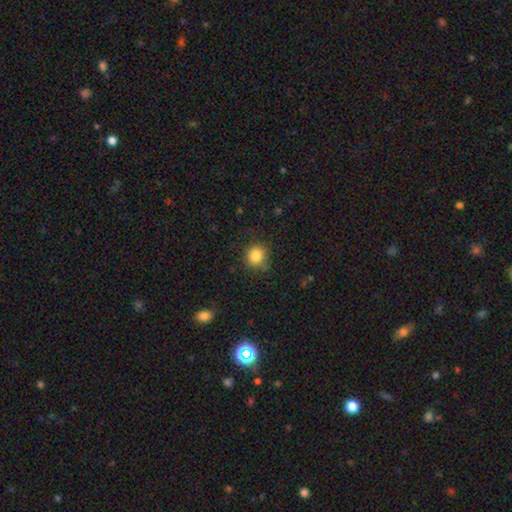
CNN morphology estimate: Q: Smooth or featured?
A: smooth (84%); runner-up: star or artifact (10%)
Q: How rounded?
A: round (86%); runner-up: in between (13%)
Q: Merging?
A: none (77%); runner-up: minor disturbance (17%)